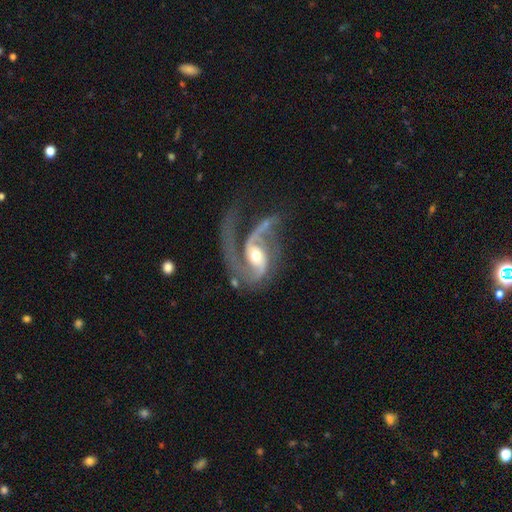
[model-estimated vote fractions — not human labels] A featured or disk galaxy (91%) with no bar (41%), 2 (75%) medium (46%) spiral arms (97%) and a moderate central bulge (66%). Merging: major disturbance (38%, tied with none).